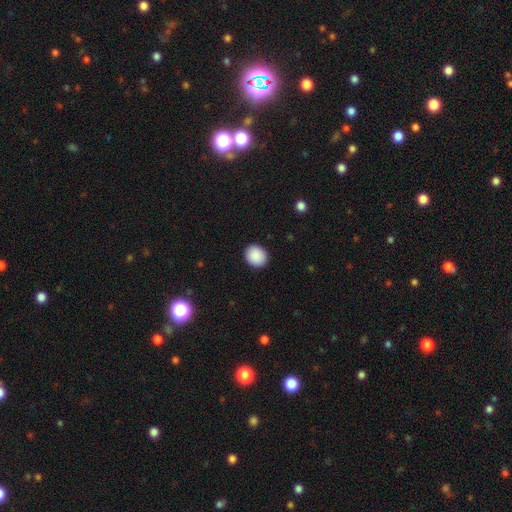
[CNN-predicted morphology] This appears to be a smooth galaxy with no disk features (90%) that is round (68%). Merging: none (90%).